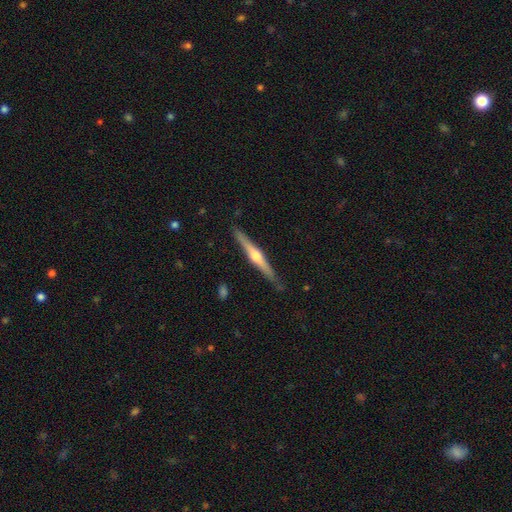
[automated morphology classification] Q: Smooth or featured?
A: featured or disk (73%); runner-up: smooth (22%)
Q: Edge-on disk?
A: yes (98%); runner-up: no (2%)
Q: Edge-on bulge?
A: rounded (92%); runner-up: none (5%)
Q: Merging?
A: none (87%); runner-up: minor disturbance (10%)